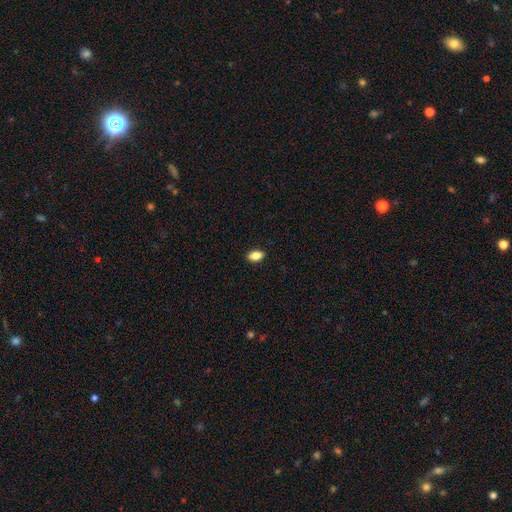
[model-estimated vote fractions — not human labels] Smooth or featured: smooth — 85% (star or artifact — 8%)
How rounded: in between — 89% (round — 6%)
Merging: none — 90% (minor disturbance — 7%)